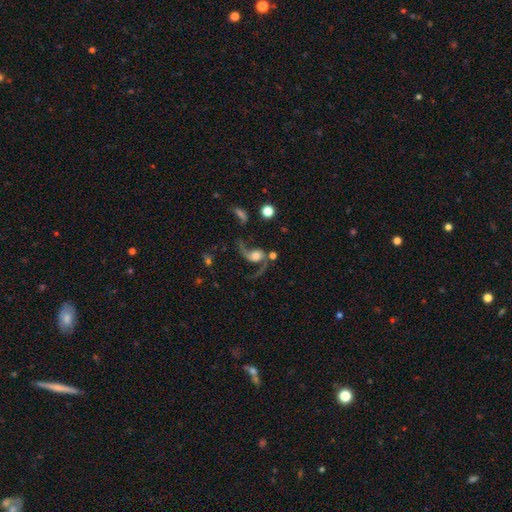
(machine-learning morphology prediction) Q: Smooth or featured?
A: featured or disk (83%); runner-up: smooth (9%)
Q: Edge-on disk?
A: no (97%); runner-up: yes (3%)
Q: Bar?
A: no (67%); runner-up: weak (26%)
Q: Spiral arms?
A: yes (95%); runner-up: no (5%)
Q: Spiral winding?
A: loose (83%); runner-up: medium (14%)
Q: Spiral arm count?
A: 2 (89%); runner-up: 1 (6%)
Q: Bulge size?
A: large (39%); runner-up: moderate (29%)
Q: Merging?
A: none (54%); runner-up: major disturbance (21%)